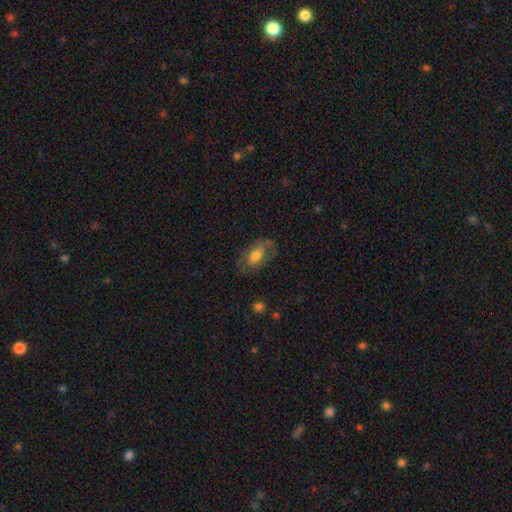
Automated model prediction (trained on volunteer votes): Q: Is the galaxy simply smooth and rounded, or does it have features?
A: smooth — 49%.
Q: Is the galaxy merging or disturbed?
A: none — 64%.